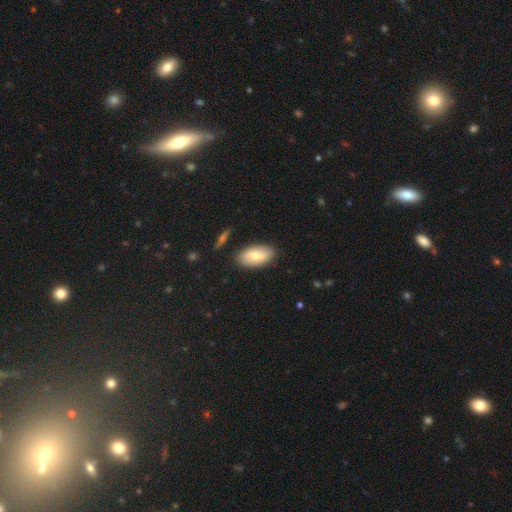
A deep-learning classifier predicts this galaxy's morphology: A smooth galaxy with no disk features (69%) that is in between round and cigar-shaped (93%). Merging: none (84%).